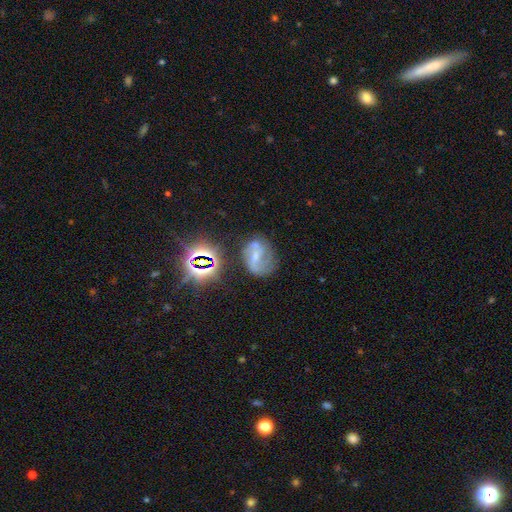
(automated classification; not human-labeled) Smooth or featured: featured or disk — 61% (smooth — 21%)
Edge-on disk: no — 97% (yes — 3%)
Bar: weak — 46% (no — 28%)
Spiral arms: yes — 81% (no — 19%)
Bulge size: small — 51% (moderate — 27%)
Merging: none — 53% (minor disturbance — 22%)